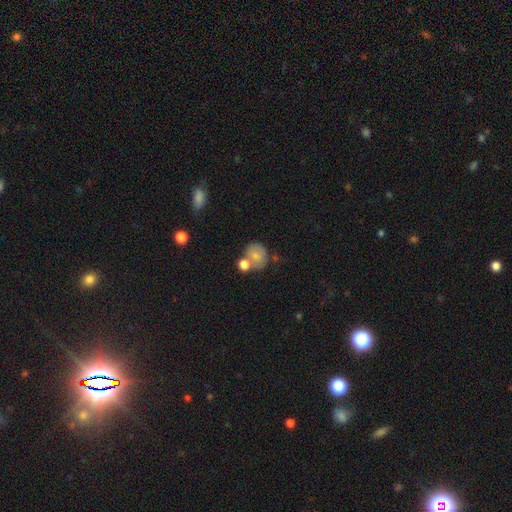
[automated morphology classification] This is likely a smooth galaxy (73%). How rounded: likely round (72%). Merging: marginally none (45%).